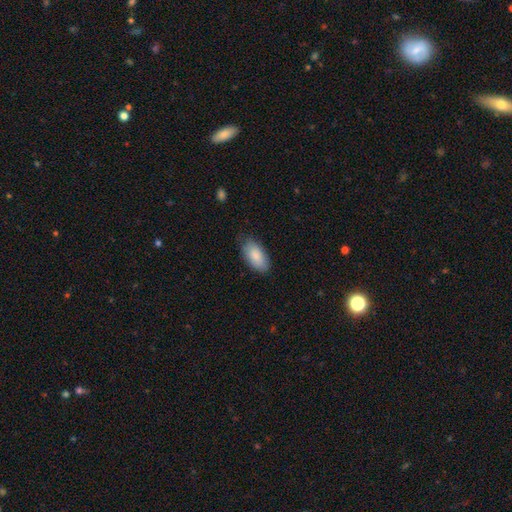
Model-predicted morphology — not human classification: Smooth or featured? Predicted: smooth (p=0.87). How rounded? Predicted: in between (p=0.94). Merging? Predicted: none (p=0.76).